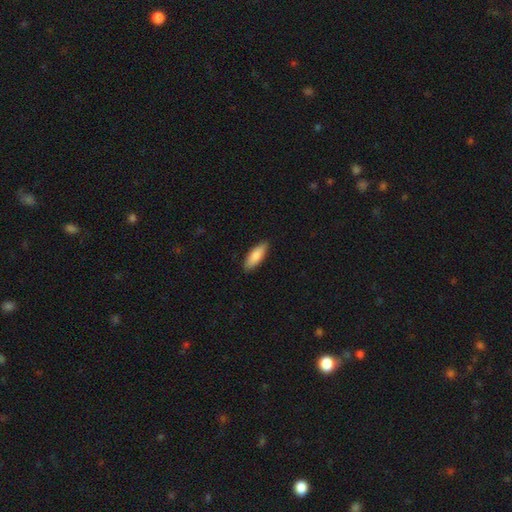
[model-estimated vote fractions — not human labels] This is clearly a smooth galaxy (83%). How rounded: possibly in between (56%). Merging: clearly none (89%).